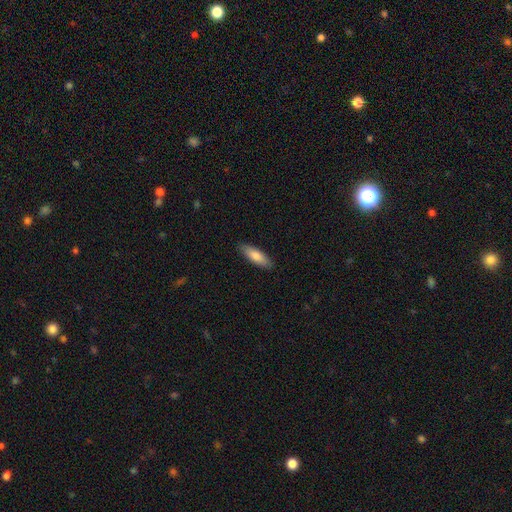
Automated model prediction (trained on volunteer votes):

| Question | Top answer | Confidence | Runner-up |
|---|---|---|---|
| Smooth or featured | smooth | 81% | featured or disk (13%) |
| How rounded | in between | 54% | cigar-shaped (44%) |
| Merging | none | 87% | minor disturbance (10%) |